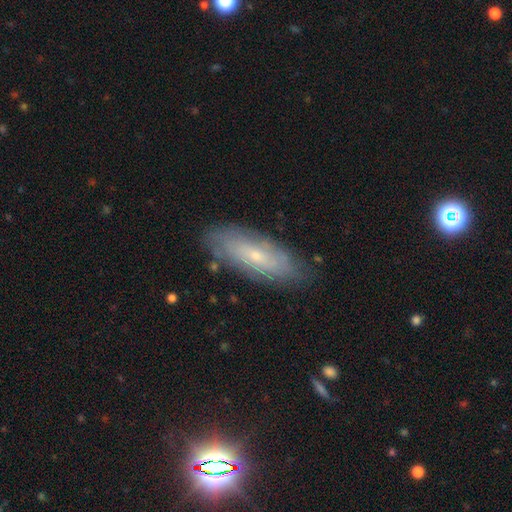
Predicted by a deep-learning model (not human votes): This appears to be a featured or disk galaxy (51%). Merging: none (82%).